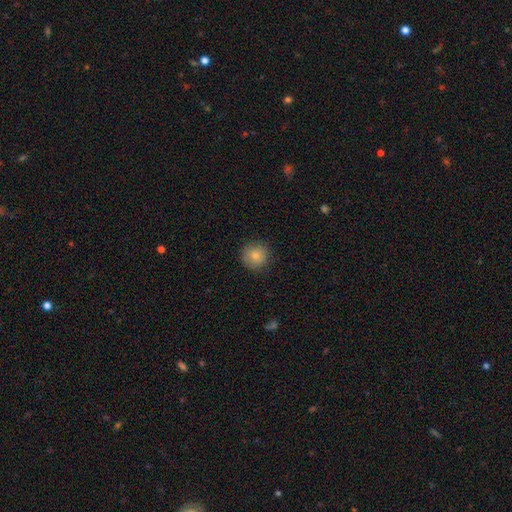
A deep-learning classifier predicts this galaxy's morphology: This appears to be a smooth galaxy with no disk features (81%) that is round (93%). Merging: none (85%).